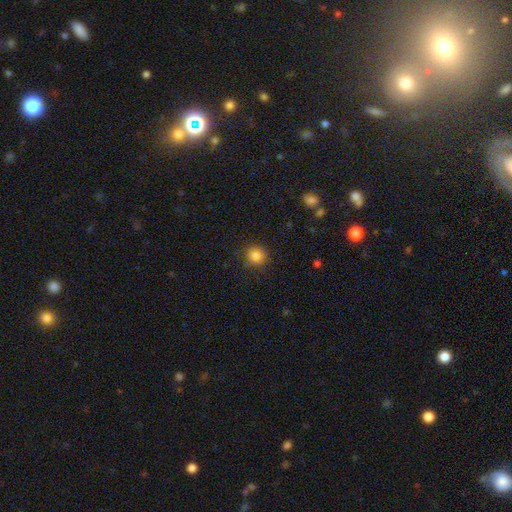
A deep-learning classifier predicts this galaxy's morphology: Overall: smooth (84%). How rounded: round (92%). Merging: none (88%).